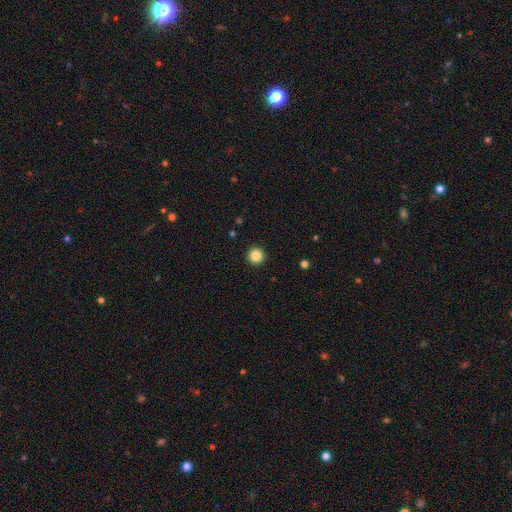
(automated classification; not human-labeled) Morphology: type=smooth (85%); roundness=round (96%); merging=none (93%).